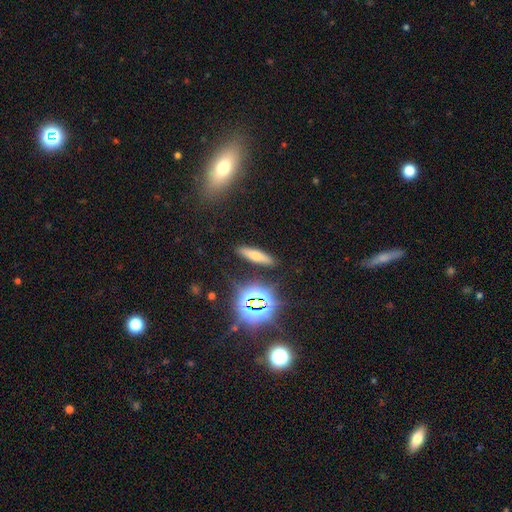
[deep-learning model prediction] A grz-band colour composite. It shows a smooth galaxy with no disk features (58%) that is cigar-shaped (70%). Merging: none (88%).